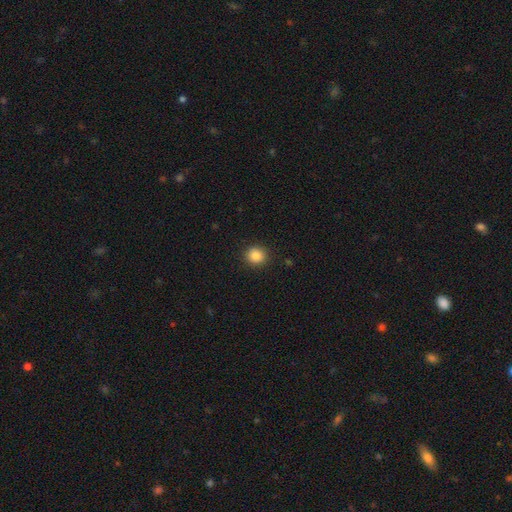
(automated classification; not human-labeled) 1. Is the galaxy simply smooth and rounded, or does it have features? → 86% smooth, 10% star or artifact, 4% featured or disk.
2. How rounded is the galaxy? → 87% round, 12% in between, 1% cigar-shaped.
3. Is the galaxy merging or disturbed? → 91% none, 6% minor disturbance, 2% major disturbance, 1% merger.